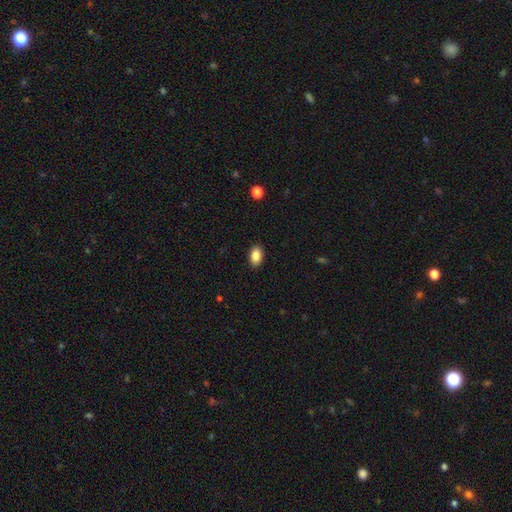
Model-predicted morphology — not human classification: smooth-or-featured: smooth: 86% | star or artifact: 8% | featured or disk: 6%
  how-rounded: in between: 90% | round: 8% | cigar-shaped: 2%
  merging: none: 89% | minor disturbance: 8% | major disturbance: 2% | merger: 1%